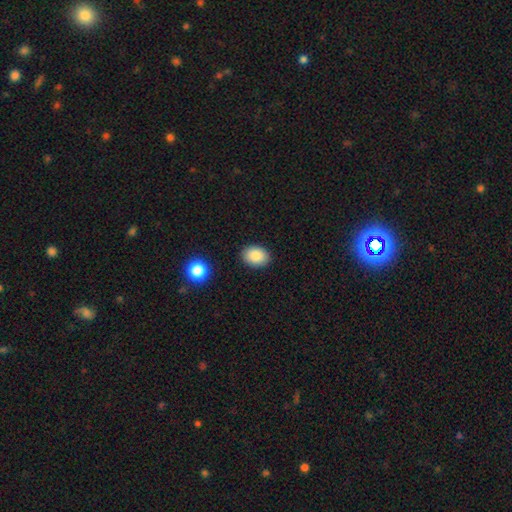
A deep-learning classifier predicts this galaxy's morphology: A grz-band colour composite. It shows a smooth galaxy with no disk features (86%) that is in between round and cigar-shaped (69%). Merging: none (88%).